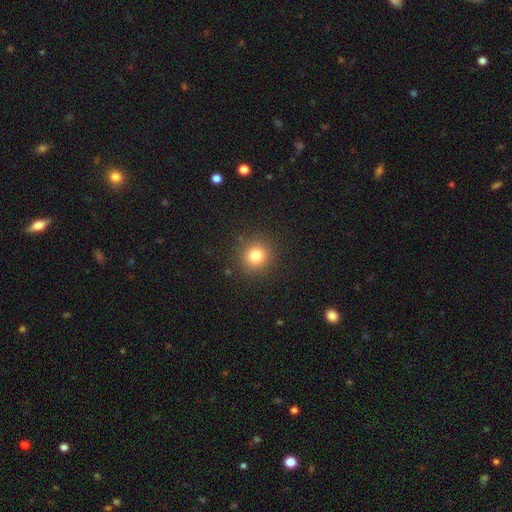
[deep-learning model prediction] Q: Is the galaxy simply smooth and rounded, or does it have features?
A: smooth — 80%.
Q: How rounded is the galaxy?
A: round — 91%.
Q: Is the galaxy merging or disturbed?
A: none — 90%.